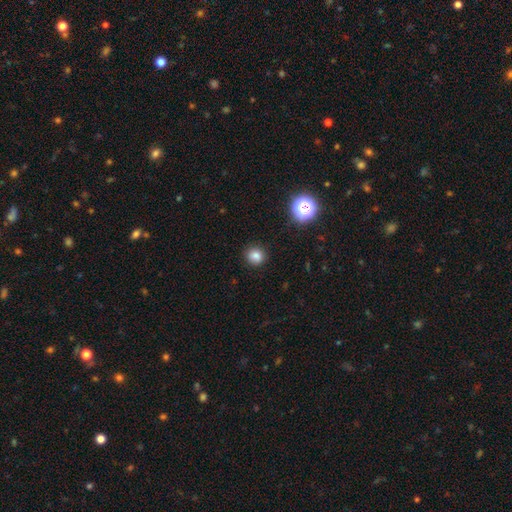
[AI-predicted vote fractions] smooth 81%, star or artifact 14%, featured or disk 5%. Down the decision tree: how rounded — round (87%); merging — none (90%).